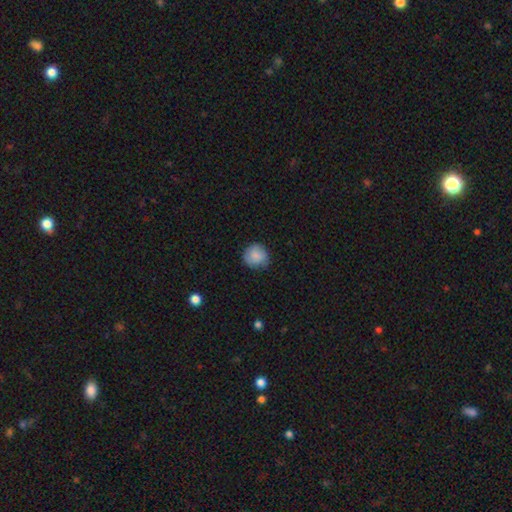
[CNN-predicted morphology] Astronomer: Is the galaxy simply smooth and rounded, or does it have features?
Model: smooth — 84%.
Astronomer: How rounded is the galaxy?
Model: round — 91%.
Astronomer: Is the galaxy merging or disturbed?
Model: none — 80%.